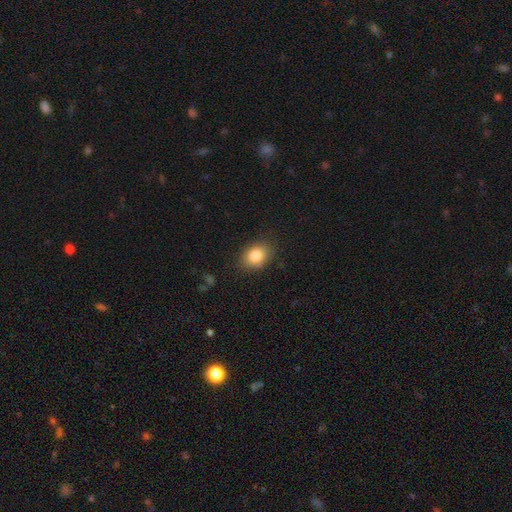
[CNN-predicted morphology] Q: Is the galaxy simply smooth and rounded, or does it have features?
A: smooth — 84%.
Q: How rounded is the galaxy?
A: in between — 70%.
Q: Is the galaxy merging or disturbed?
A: none — 84%.